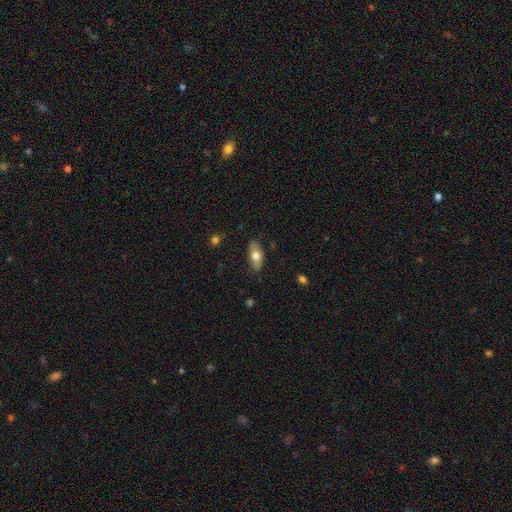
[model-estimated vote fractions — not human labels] Morphology: type=smooth (67%); roundness=in between (84%); merging=none (79%).